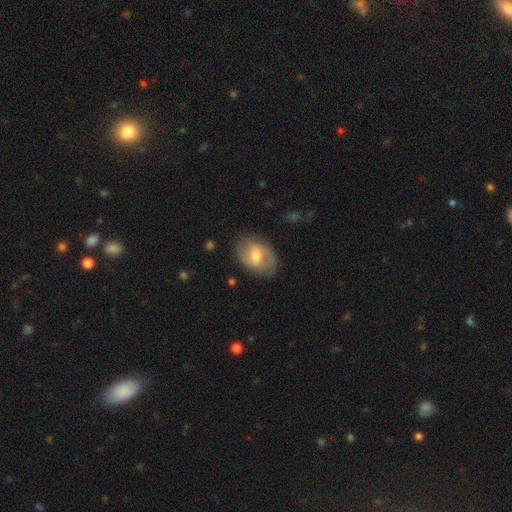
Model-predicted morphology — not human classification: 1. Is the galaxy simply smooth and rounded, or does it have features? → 58% featured or disk, 35% smooth, 6% star or artifact.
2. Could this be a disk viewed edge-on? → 96% no, 4% yes.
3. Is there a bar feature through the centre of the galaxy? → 53% weak, 29% no, 18% strong.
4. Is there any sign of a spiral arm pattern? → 80% yes, 20% no.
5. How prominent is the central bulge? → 62% moderate, 31% small, 5% large, 2% none, 1% dominant.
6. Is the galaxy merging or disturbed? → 78% none, 16% minor disturbance, 5% major disturbance, 1% merger.